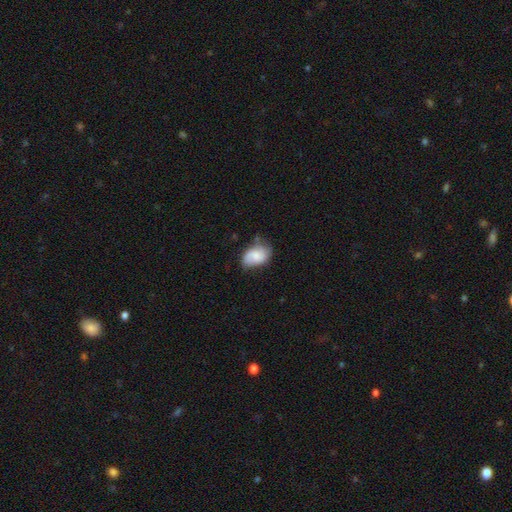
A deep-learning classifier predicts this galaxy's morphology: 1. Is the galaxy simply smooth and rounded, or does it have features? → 66% smooth, 27% featured or disk, 8% star or artifact.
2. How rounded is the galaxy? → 85% in between, 14% round, 1% cigar-shaped.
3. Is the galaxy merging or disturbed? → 55% none, 33% minor disturbance, 8% major disturbance, 3% merger.